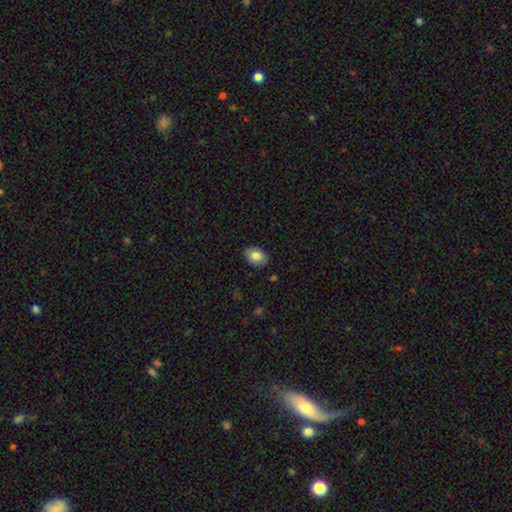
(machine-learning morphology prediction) Overall: smooth (81%). How rounded: in between (79%). Merging: none (86%).